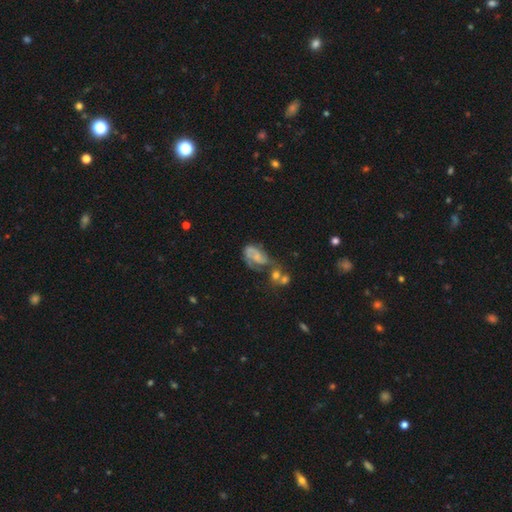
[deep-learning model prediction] Q: Smooth or featured?
A: featured or disk (67%); runner-up: smooth (24%)
Q: Edge-on disk?
A: no (97%); runner-up: yes (3%)
Q: Bar?
A: no (60%); runner-up: weak (32%)
Q: Spiral arms?
A: yes (85%); runner-up: no (15%)
Q: Spiral winding?
A: medium (45%); runner-up: tight (32%)
Q: Spiral arm count?
A: 2 (58%); runner-up: 1 (18%)
Q: Bulge size?
A: small (44%); runner-up: none (30%)
Q: Merging?
A: none (31%); runner-up: merger (25%)